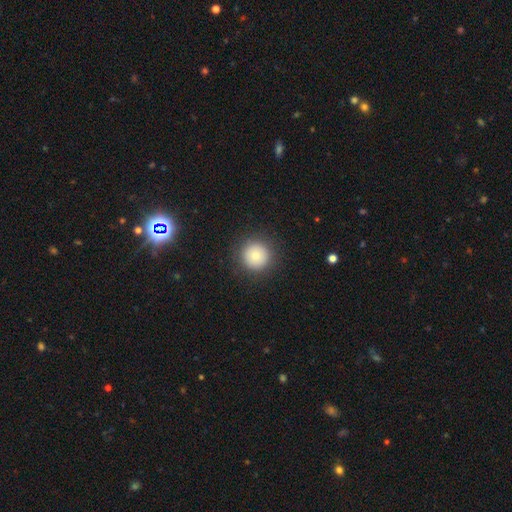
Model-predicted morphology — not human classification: type=smooth (80%); roundness=round (96%); merging=none (91%).